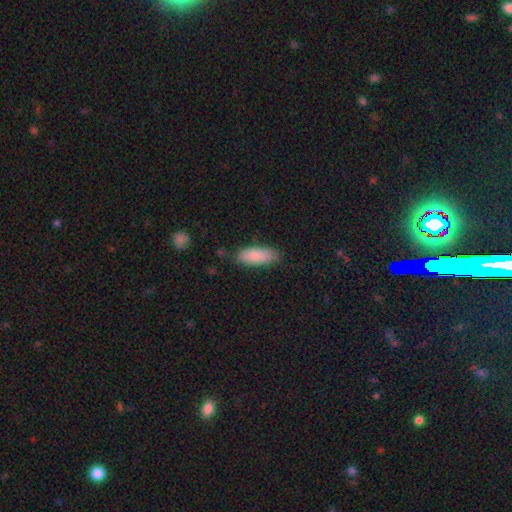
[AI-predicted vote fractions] Smooth or featured? Predicted: smooth (p=0.85). How rounded? Predicted: in between (p=0.77). Merging? Predicted: none (p=0.77).